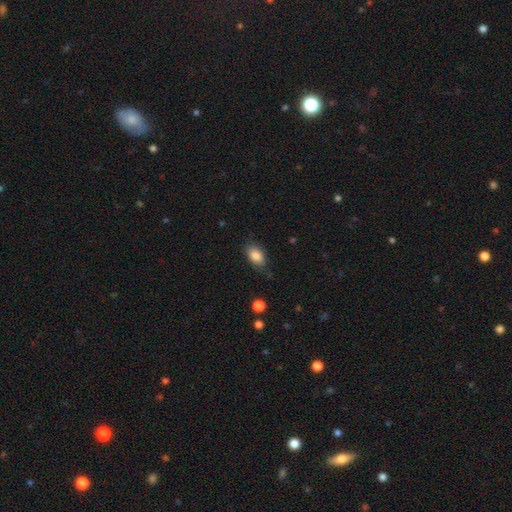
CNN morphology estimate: This appears to be a smooth galaxy with no disk features (85%) that is in between round and cigar-shaped (90%). Merging: none (75%).